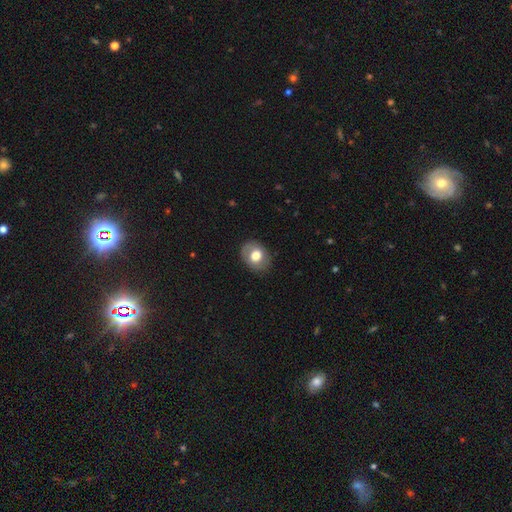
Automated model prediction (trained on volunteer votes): Smooth or featured? smooth (68%)
How rounded? round (50%)
Merging? none (83%)